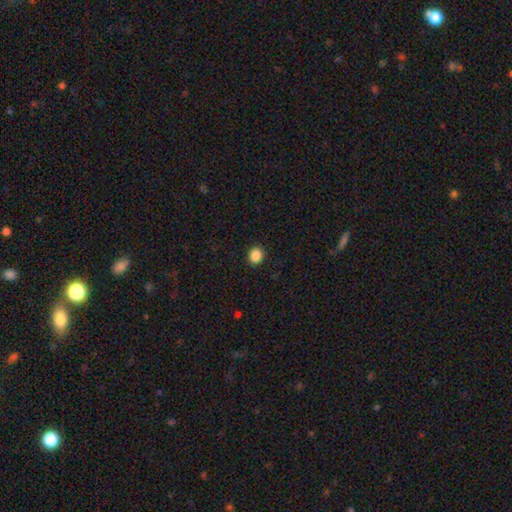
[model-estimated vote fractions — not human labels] The model was most divided on "how rounded": round: 73%, in between: 27%, cigar-shaped: 1%. More confident: merging — none (92%); smooth or featured — smooth (87%).